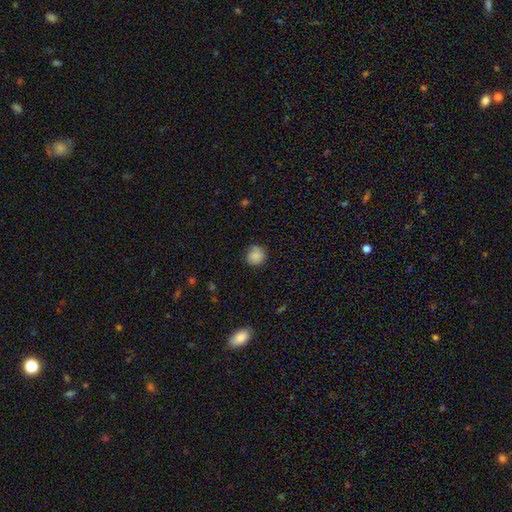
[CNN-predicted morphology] Smooth or featured? smooth (83%)
How rounded? round (90%)
Merging? none (77%)